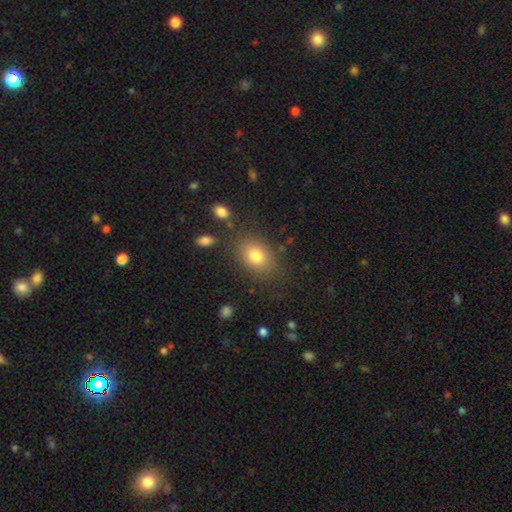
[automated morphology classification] A smooth galaxy with no disk features (78%) that is in between round and cigar-shaped (64%). Merging: none (80%).